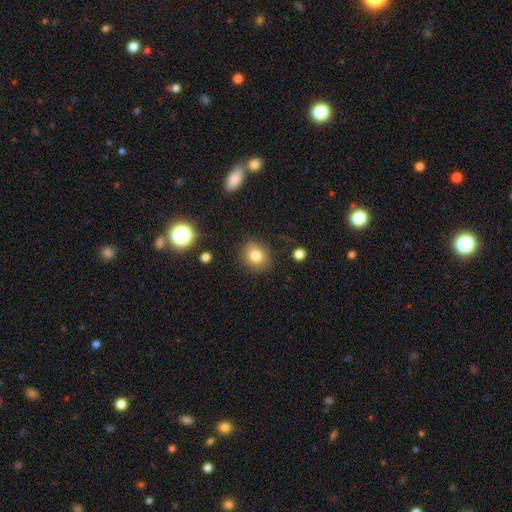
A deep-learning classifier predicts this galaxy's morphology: smooth_or_featured: smooth (p=0.79) [alt: star or artifact p=0.12]
how_rounded: round (p=0.64) [alt: in between p=0.35]
merging: none (p=0.85) [alt: minor disturbance p=0.11]